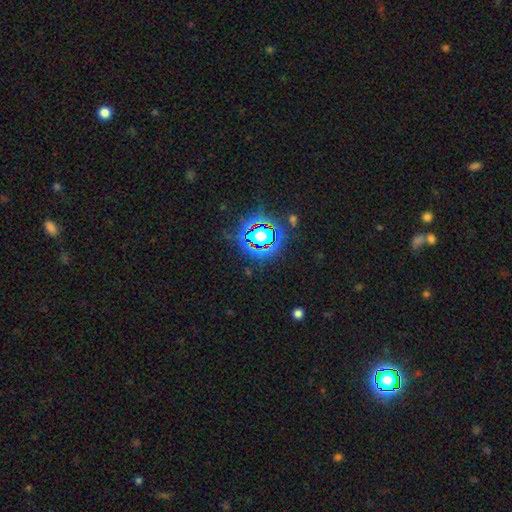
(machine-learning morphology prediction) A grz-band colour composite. It shows a star or artifact, not a galaxy (81%).